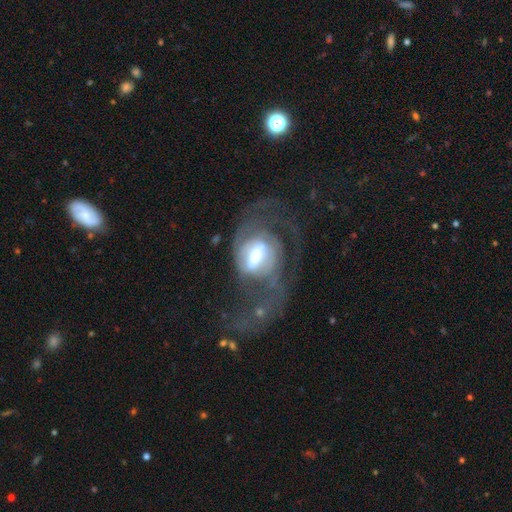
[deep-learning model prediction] Morphology: type=featured or disk (79%); edge-on=no (96%); bar=weak (46%); spiral arms=yes (82%); winding=medium (43%); arm count=2 (58%); bulge=moderate (54%); merging=major disturbance (46%).